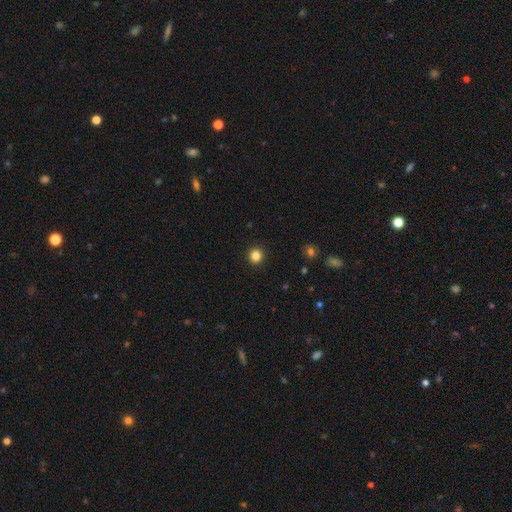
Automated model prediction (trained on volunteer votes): Smooth or featured? Predicted: smooth (p=0.84). How rounded? Predicted: round (p=0.92). Merging? Predicted: none (p=0.93).